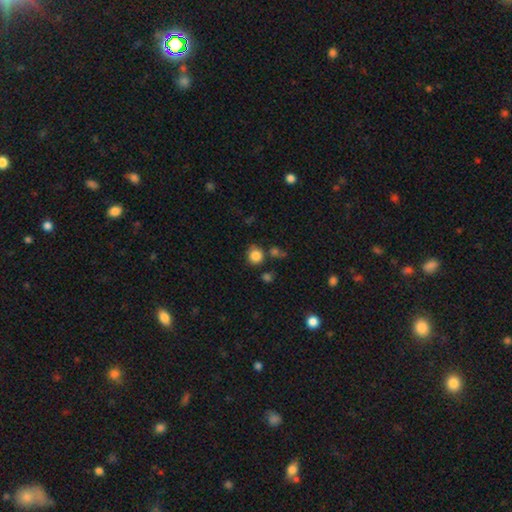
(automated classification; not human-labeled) Smooth or featured: smooth — 85% (star or artifact — 10%)
How rounded: round — 88% (in between — 11%)
Merging: none — 74% (minor disturbance — 13%)